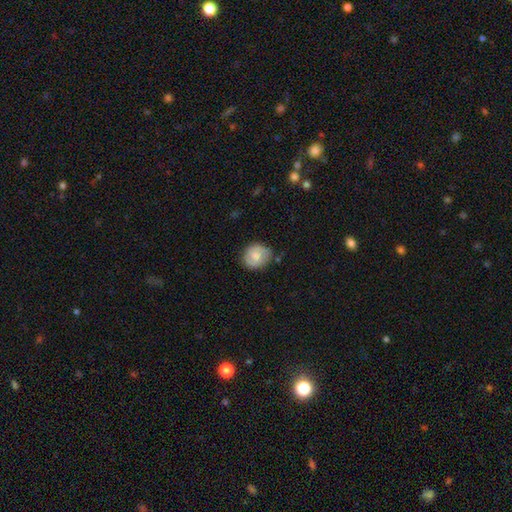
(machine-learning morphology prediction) smooth-or-featured: smooth: 69% | featured or disk: 24% | star or artifact: 7%
  how-rounded: round: 72% | in between: 28% | cigar-shaped: 1%
  merging: none: 72% | minor disturbance: 21% | major disturbance: 4% | merger: 2%